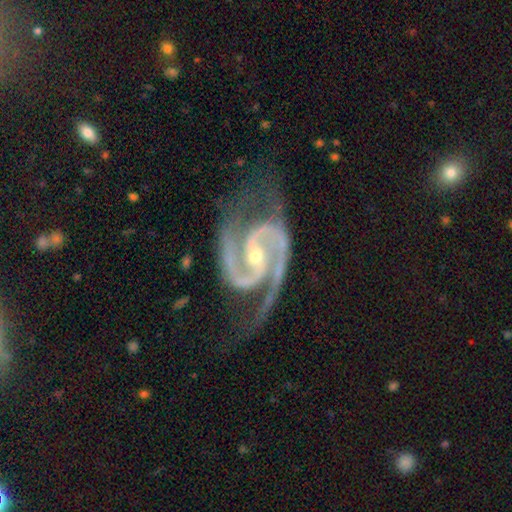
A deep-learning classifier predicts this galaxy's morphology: Smooth or featured: featured or disk — 94% (star or artifact — 4%)
Edge-on disk: no — 98% (yes — 2%)
Bar: no — 37% (weak — 34%)
Spiral arms: yes — 99% (no — 1%)
Spiral winding: medium — 63% (tight — 28%)
Spiral arm count: 2 — 93% (3 — 3%)
Bulge size: small — 63% (moderate — 34%)
Merging: none — 68% (minor disturbance — 20%)